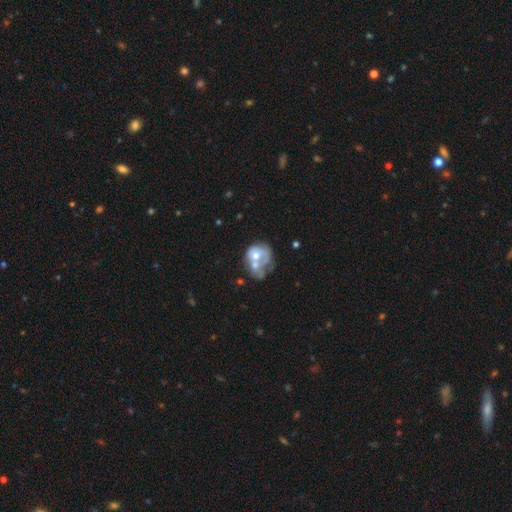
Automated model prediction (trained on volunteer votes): Morphology: type=featured or disk (46%, tied with smooth); merging=merger (57%).